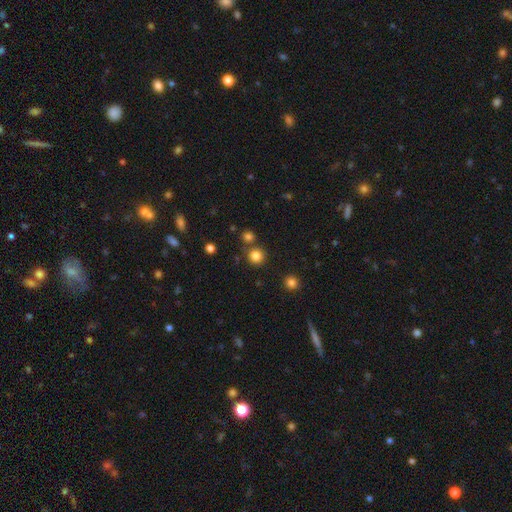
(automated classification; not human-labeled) A smooth galaxy with no disk features (82%) that is round (93%).

Vote fractions:
- Smooth or featured? smooth: 82% / star or artifact: 14% / featured or disk: 4%
- How rounded? round: 93% / in between: 6% / cigar-shaped: 1%
- Merging? none: 80% / merger: 11% / minor disturbance: 7% / major disturbance: 3%